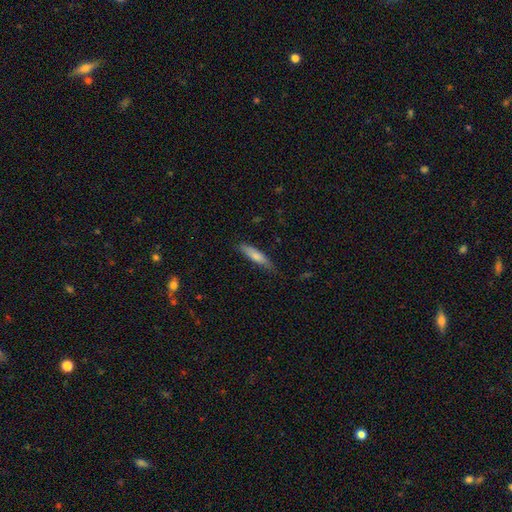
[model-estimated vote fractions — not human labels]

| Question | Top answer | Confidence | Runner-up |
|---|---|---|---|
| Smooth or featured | smooth | 76% | featured or disk (18%) |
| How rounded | cigar-shaped | 74% | in between (25%) |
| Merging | none | 75% | minor disturbance (20%) |